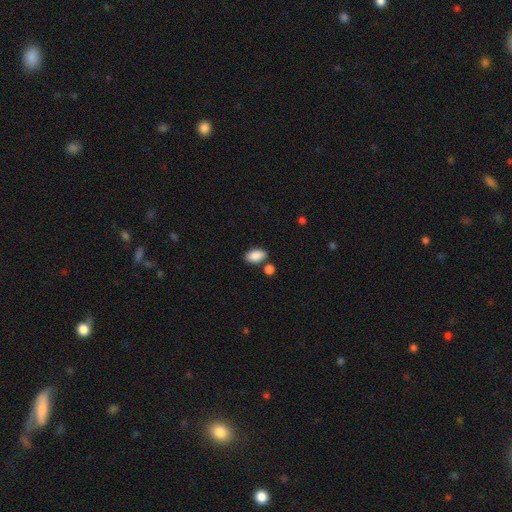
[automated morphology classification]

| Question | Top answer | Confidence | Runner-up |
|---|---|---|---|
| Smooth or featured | smooth | 89% | star or artifact (7%) |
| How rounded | in between | 92% | round (6%) |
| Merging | none | 73% | merger (12%) |